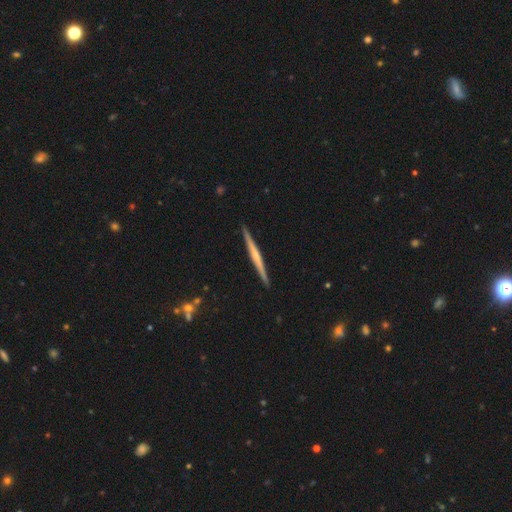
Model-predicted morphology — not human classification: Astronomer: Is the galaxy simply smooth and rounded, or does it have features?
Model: featured or disk — 67%.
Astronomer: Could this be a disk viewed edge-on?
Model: yes — 98%.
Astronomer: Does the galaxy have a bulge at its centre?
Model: rounded — 45%, tied with none at 45%.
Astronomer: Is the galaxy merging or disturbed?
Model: none — 92%.